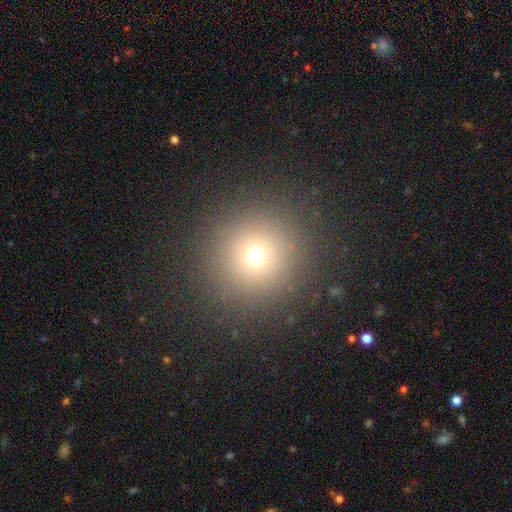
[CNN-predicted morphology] Q: Smooth or featured?
A: smooth (67%); runner-up: star or artifact (22%)
Q: How rounded?
A: round (95%); runner-up: in between (4%)
Q: Merging?
A: none (88%); runner-up: minor disturbance (6%)